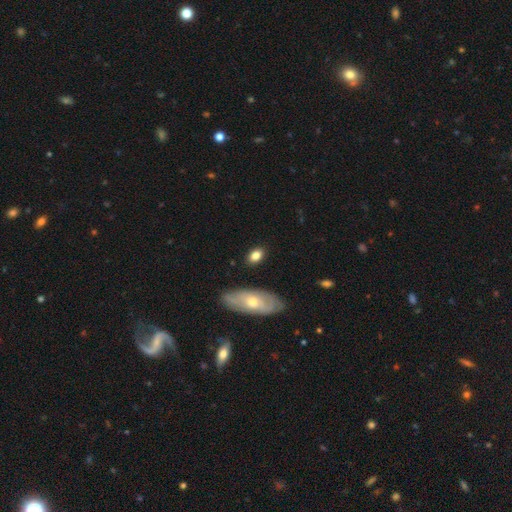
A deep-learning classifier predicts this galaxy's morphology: This is likely a smooth galaxy (79%). How rounded: clearly in between (80%). Merging: clearly none (81%).